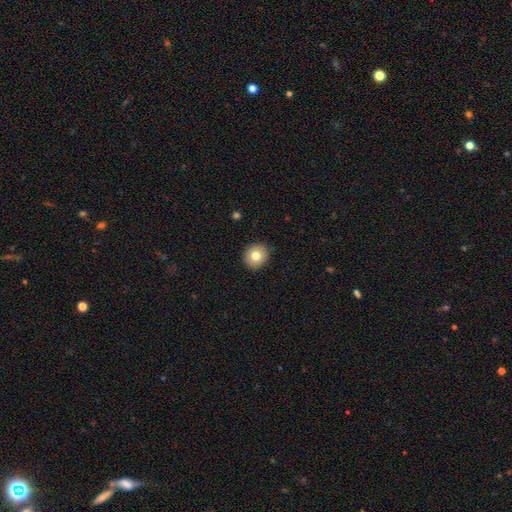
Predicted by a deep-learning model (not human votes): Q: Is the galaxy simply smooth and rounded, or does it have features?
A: smooth — 79%.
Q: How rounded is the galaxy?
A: round — 86%.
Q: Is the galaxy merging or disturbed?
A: none — 91%.